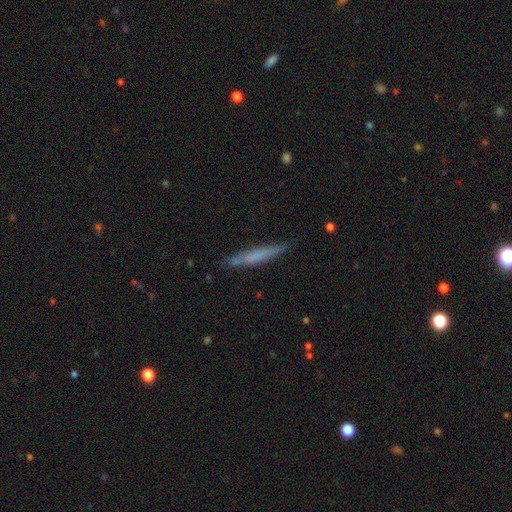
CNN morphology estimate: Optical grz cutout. It shows a smooth galaxy with no disk features (55%) that is cigar-shaped (95%). Merging: none (86%).